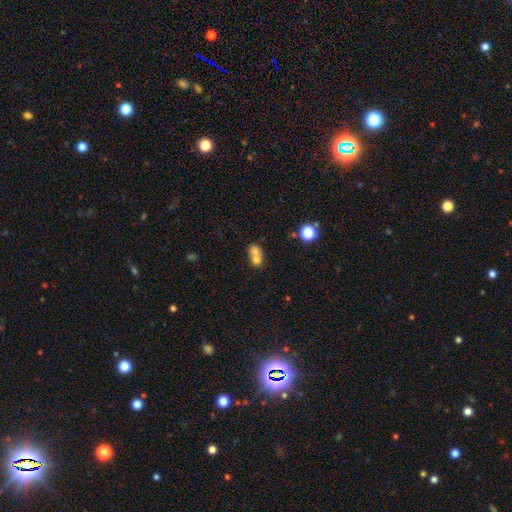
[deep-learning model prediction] smooth-or-featured: smooth: 70% | featured or disk: 18% | star or artifact: 12%
  how-rounded: round: 56% | in between: 42% | cigar-shaped: 2%
  merging: merger: 67% | none: 24% | minor disturbance: 6% | major disturbance: 3%